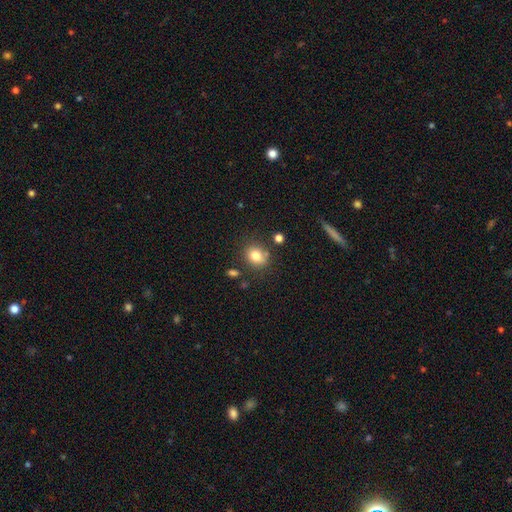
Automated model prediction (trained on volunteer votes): This is clearly a smooth galaxy (80%). How rounded: likely round (60%). Merging: likely none (75%).